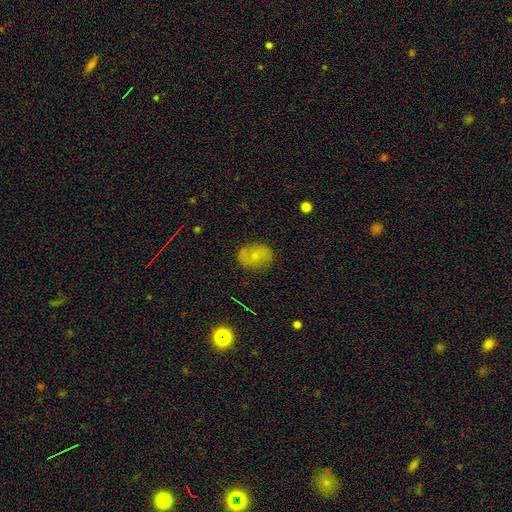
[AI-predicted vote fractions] Smooth or featured?
  - smooth: 55% *
  - featured or disk: 33%
  - star or artifact: 12%
How rounded?
  - in between: 73% *
  - round: 26%
  - cigar-shaped: 2%
Merging?
  - none: 78% *
  - minor disturbance: 15%
  - major disturbance: 4%
  - merger: 2%